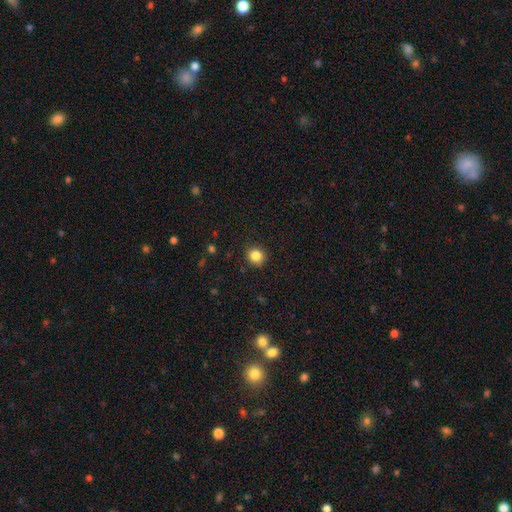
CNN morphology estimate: A smooth galaxy with no disk features (85%) that is round (86%). Merging: none (90%).